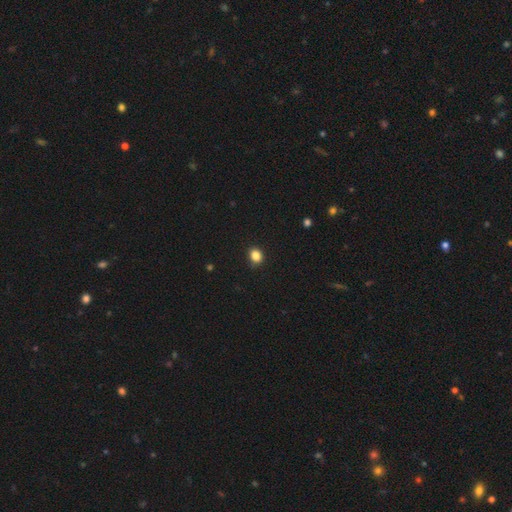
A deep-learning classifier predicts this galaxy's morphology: Smooth or featured? smooth (86%)
How rounded? round (56%)
Merging? none (86%)